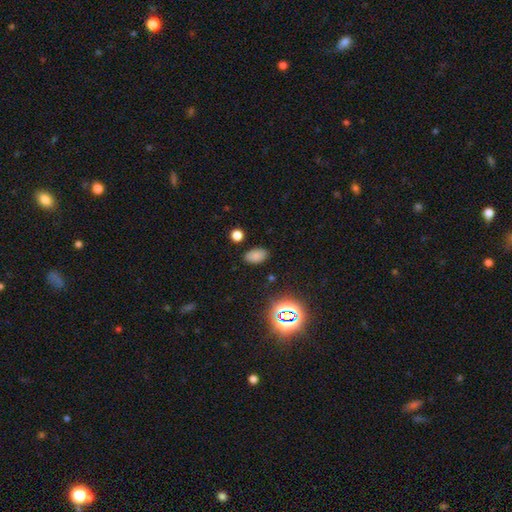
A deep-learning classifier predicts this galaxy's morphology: A smooth galaxy with no disk features (78%) that is in between round and cigar-shaped (91%).

Vote fractions:
- Smooth or featured? smooth: 78% / star or artifact: 17% / featured or disk: 5%
- How rounded? in between: 91% / round: 8% / cigar-shaped: 2%
- Merging? none: 86% / minor disturbance: 10% / major disturbance: 3% / merger: 2%